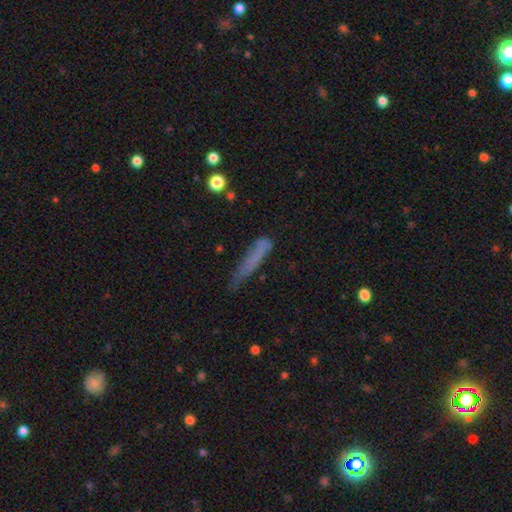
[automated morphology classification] Smooth or featured: smooth — 68% (featured or disk — 22%)
How rounded: cigar-shaped — 91% (in between — 7%)
Merging: none — 60% (minor disturbance — 26%)